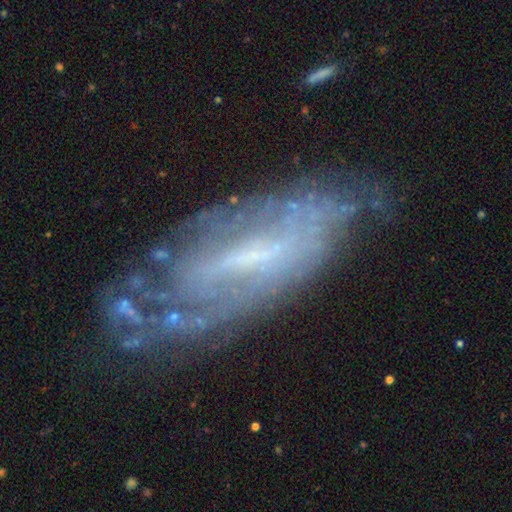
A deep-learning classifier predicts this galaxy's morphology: The model was most divided on "bulge size": small: 46%, moderate: 29%, none: 21%, large: 3%, dominant: 1%. Remaining: edge-on disk — no (84%); smooth or featured — featured or disk (74%); spiral arms — yes (72%); merging — none (63%); bar — weak (46%).